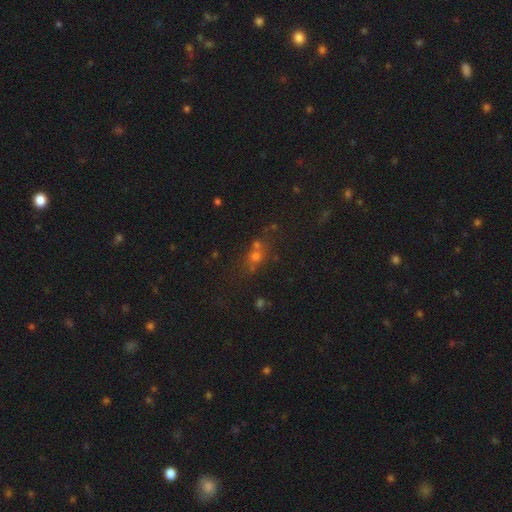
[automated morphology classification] This appears to be a smooth galaxy with no disk features (48%). Merging: none (50%).